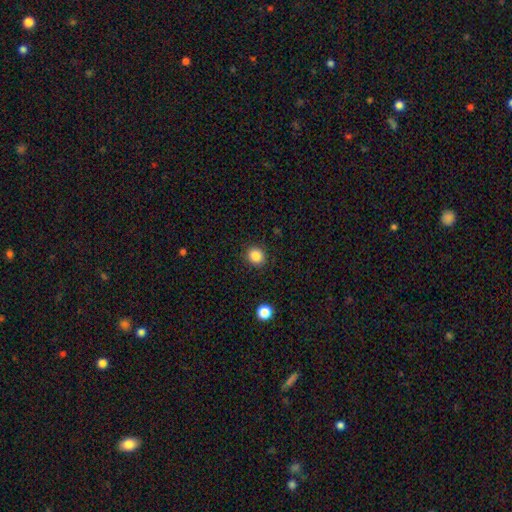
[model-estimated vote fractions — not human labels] Overall: smooth (86%). How rounded: round (77%). Merging: none (89%).